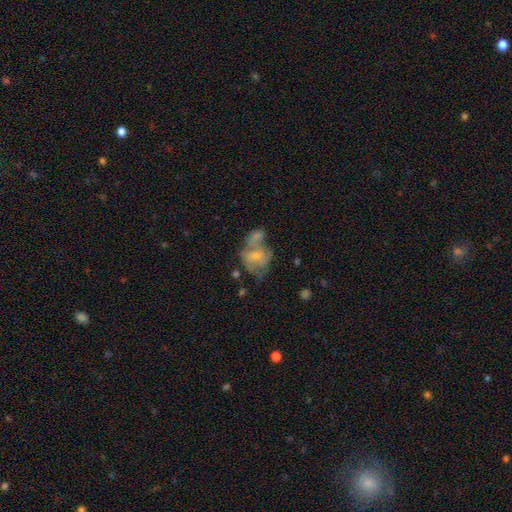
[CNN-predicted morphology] smooth 49%, featured or disk 43%, star or artifact 8%. Down the decision tree: merging — merger (49%).